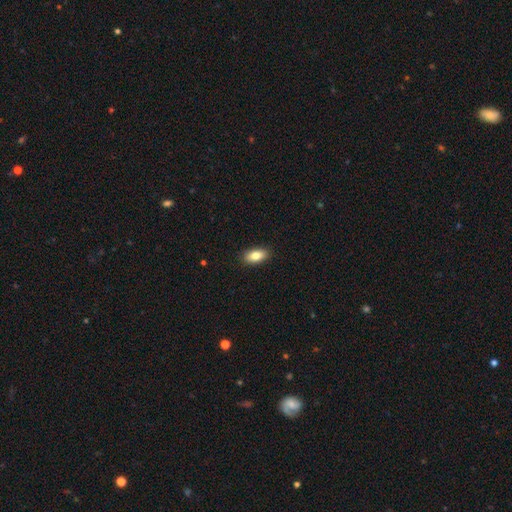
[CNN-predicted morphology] The model was most divided on "smooth or featured": smooth: 82%, featured or disk: 10%, star or artifact: 7%. More confident: how rounded — in between (90%); merging — none (89%).